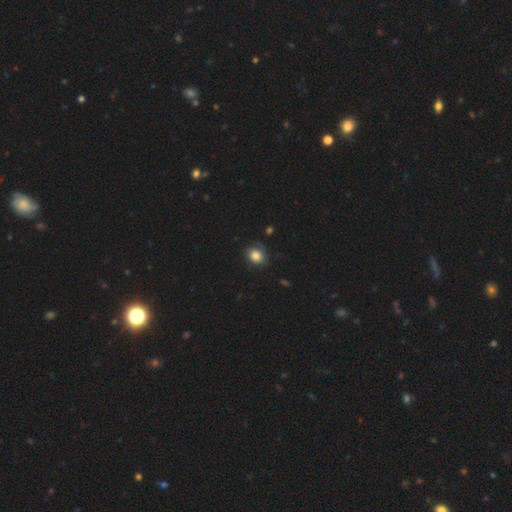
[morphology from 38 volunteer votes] Volunteers were most divided on "merging": none: 50%, minor disturbance: 42%, major disturbance: 8%, merger: 0%. More confident: smooth or featured — smooth (82%); how rounded — in between (61%).